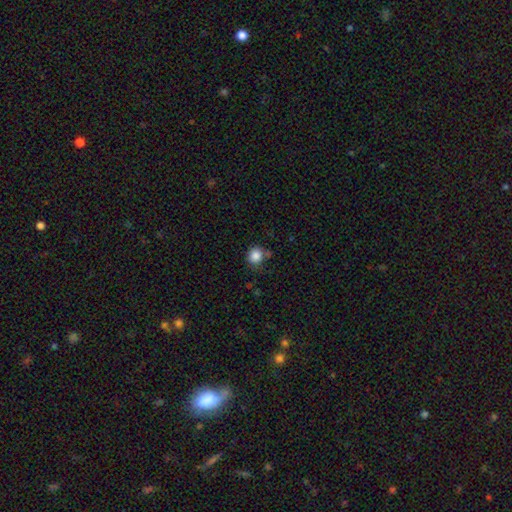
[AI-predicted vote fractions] Smooth or featured?
  - smooth: 85% *
  - star or artifact: 11%
  - featured or disk: 4%
How rounded?
  - round: 86% *
  - in between: 13%
  - cigar-shaped: 1%
Merging?
  - none: 73% *
  - minor disturbance: 17%
  - merger: 6%
  - major disturbance: 5%